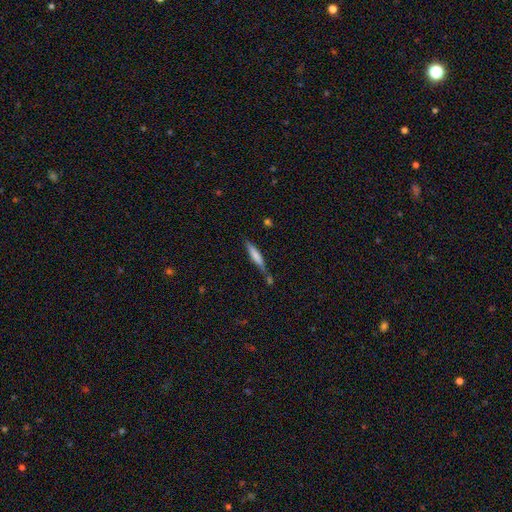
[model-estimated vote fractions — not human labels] Smooth or featured?
  - smooth: 63% *
  - featured or disk: 30%
  - star or artifact: 7%
How rounded?
  - cigar-shaped: 89% *
  - in between: 9%
  - round: 2%
Merging?
  - none: 63% *
  - minor disturbance: 19%
  - merger: 14%
  - major disturbance: 5%